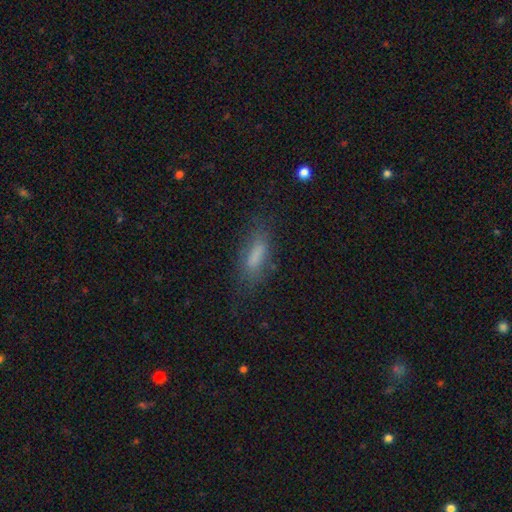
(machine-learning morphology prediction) Q: Smooth or featured?
A: smooth (71%); runner-up: featured or disk (18%)
Q: How rounded?
A: in between (54%); runner-up: cigar-shaped (44%)
Q: Merging?
A: none (64%); runner-up: minor disturbance (22%)